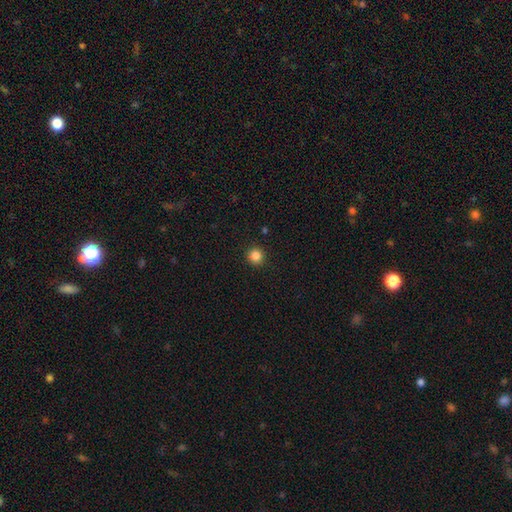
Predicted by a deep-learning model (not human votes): A smooth galaxy with no disk features (85%) that is round (95%).

Vote fractions:
- Smooth or featured? smooth: 85% / star or artifact: 12% / featured or disk: 3%
- How rounded? round: 95% / in between: 4% / cigar-shaped: 1%
- Merging? none: 92% / minor disturbance: 5% / major disturbance: 2% / merger: 1%